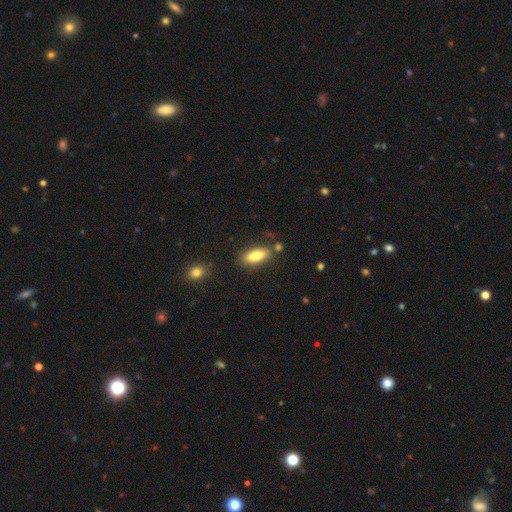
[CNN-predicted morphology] smooth 81%, featured or disk 12%, star or artifact 7%. Down the decision tree: how rounded — in between (75%); merging — none (79%).